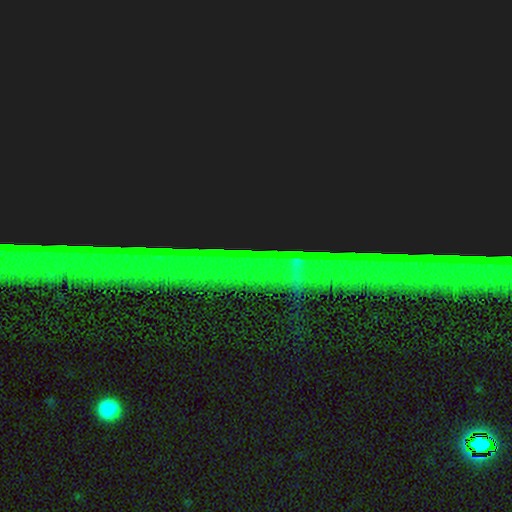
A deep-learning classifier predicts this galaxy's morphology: A star or artifact, not a galaxy (81%).